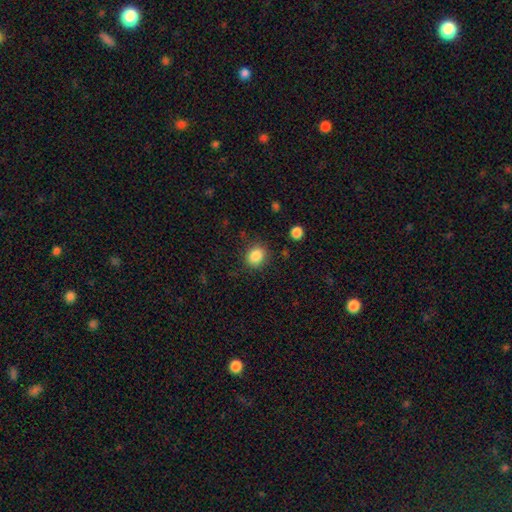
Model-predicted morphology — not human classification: smooth-or-featured: smooth: 86% | star or artifact: 10% | featured or disk: 4%
  how-rounded: round: 68% | in between: 31% | cigar-shaped: 1%
  merging: none: 83% | minor disturbance: 11% | major disturbance: 4% | merger: 2%